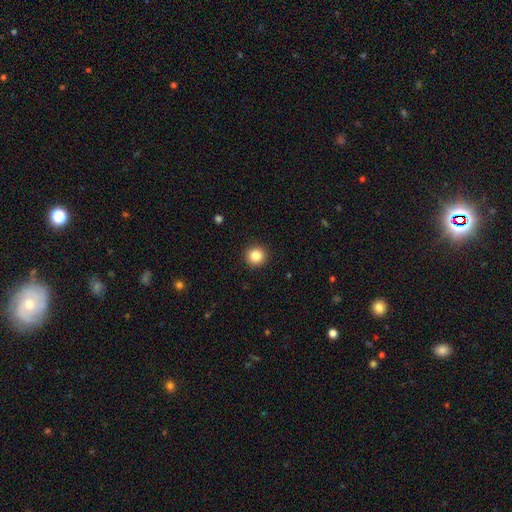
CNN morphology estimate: smooth_or_featured: smooth (p=0.84) [alt: star or artifact p=0.11]
how_rounded: round (p=0.95) [alt: in between p=0.04]
merging: none (p=0.93) [alt: minor disturbance p=0.05]